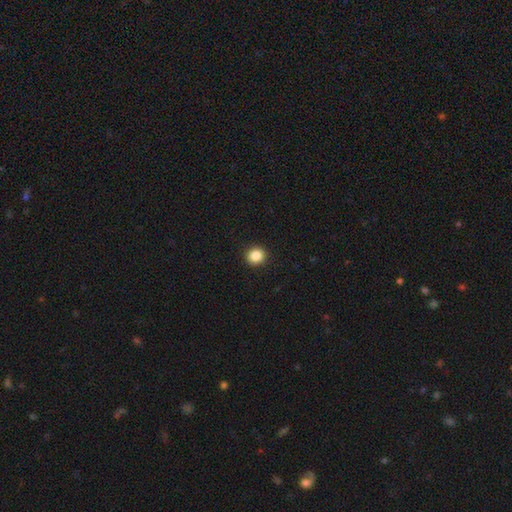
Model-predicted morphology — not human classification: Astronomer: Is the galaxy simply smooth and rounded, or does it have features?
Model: smooth — 86%.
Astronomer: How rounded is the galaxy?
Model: round — 90%.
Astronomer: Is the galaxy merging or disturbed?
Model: none — 93%.